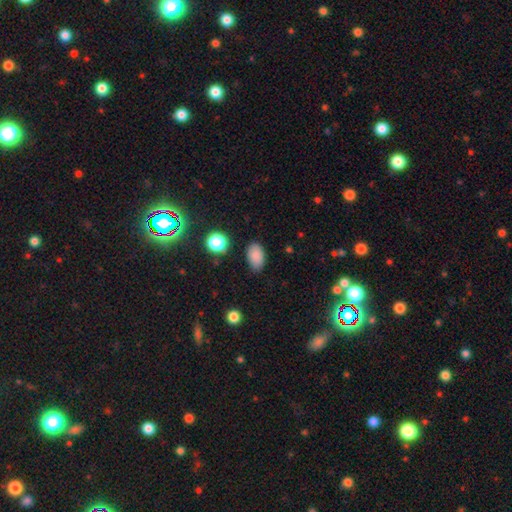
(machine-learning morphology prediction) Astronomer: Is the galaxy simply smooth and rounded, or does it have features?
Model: smooth — 86%.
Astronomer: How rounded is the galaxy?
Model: in between — 89%.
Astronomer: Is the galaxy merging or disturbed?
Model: none — 81%.